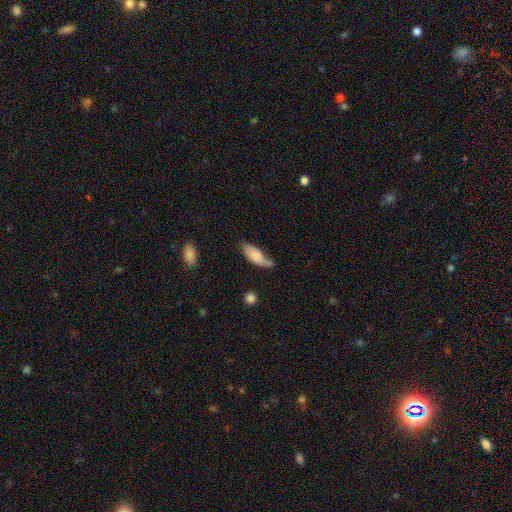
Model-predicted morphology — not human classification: smooth-or-featured: smooth: 72% | featured or disk: 21% | star or artifact: 6%
  how-rounded: in between: 74% | cigar-shaped: 24% | round: 2%
  merging: none: 40% | minor disturbance: 37% | major disturbance: 15% | merger: 7%